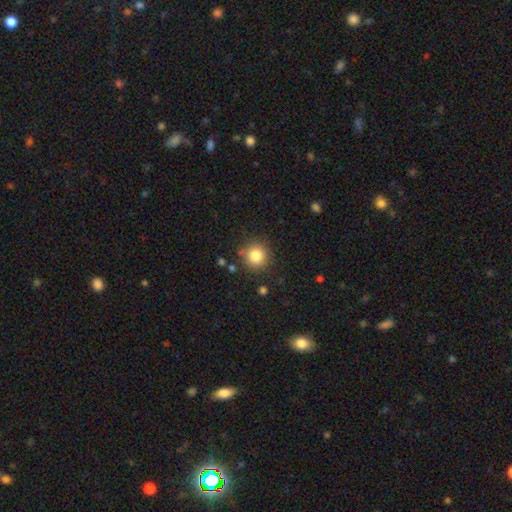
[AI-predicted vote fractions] Q: Smooth or featured?
A: smooth (83%); runner-up: star or artifact (11%)
Q: How rounded?
A: round (93%); runner-up: in between (6%)
Q: Merging?
A: none (86%); runner-up: minor disturbance (8%)